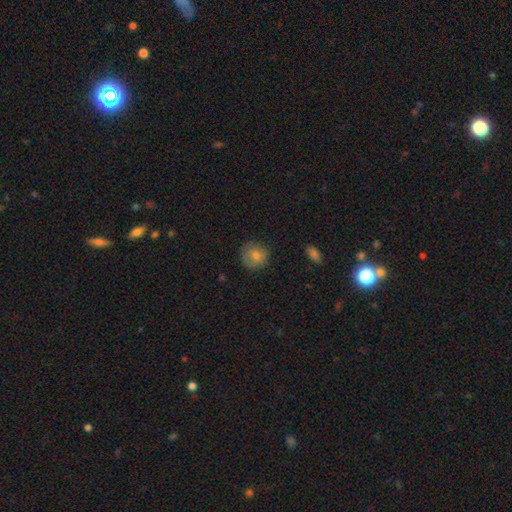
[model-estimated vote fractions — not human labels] smooth-or-featured: smooth: 81% | featured or disk: 10% | star or artifact: 9%
  how-rounded: round: 88% | in between: 11% | cigar-shaped: 1%
  merging: none: 77% | minor disturbance: 18% | major disturbance: 4% | merger: 1%